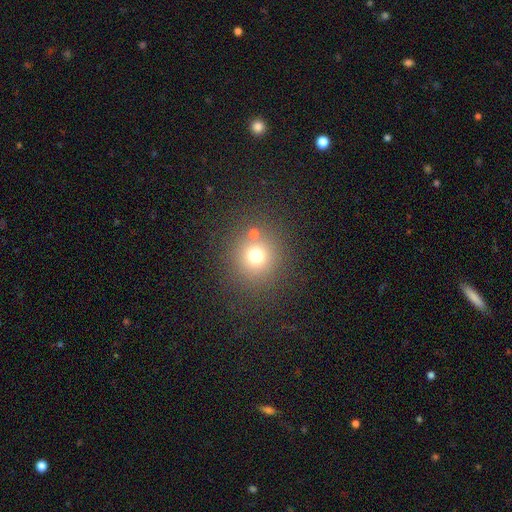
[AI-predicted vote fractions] smooth 71%, star or artifact 19%, featured or disk 10%. Down the decision tree: how rounded — round (91%); merging — none (78%).